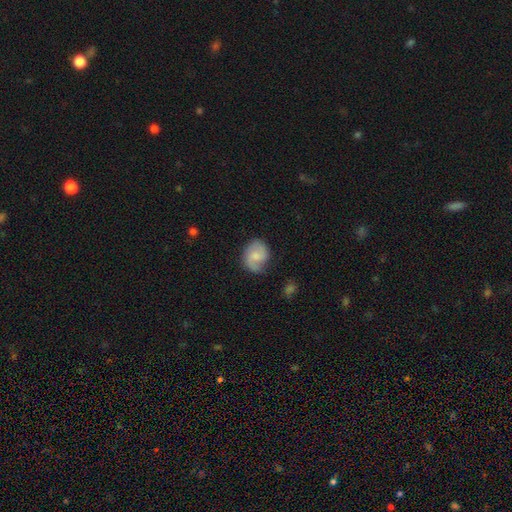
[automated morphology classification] Smooth or featured? Predicted: smooth (p=0.51). How rounded? Predicted: round (p=0.54). Merging? Predicted: none (p=0.62).